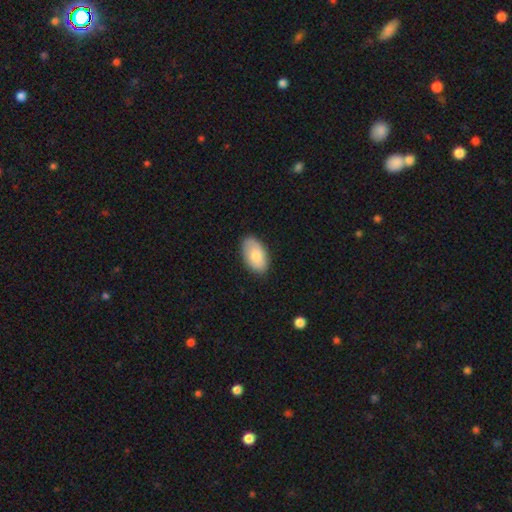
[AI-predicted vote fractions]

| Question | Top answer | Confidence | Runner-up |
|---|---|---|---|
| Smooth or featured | smooth | 80% | featured or disk (14%) |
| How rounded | in between | 95% | round (4%) |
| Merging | none | 84% | minor disturbance (12%) |